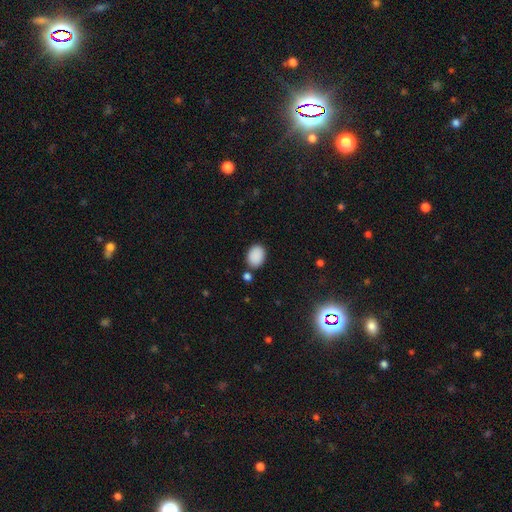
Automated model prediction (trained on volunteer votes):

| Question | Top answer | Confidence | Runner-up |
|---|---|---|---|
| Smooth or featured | smooth | 88% | star or artifact (8%) |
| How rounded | in between | 73% | round (26%) |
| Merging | none | 79% | minor disturbance (12%) |